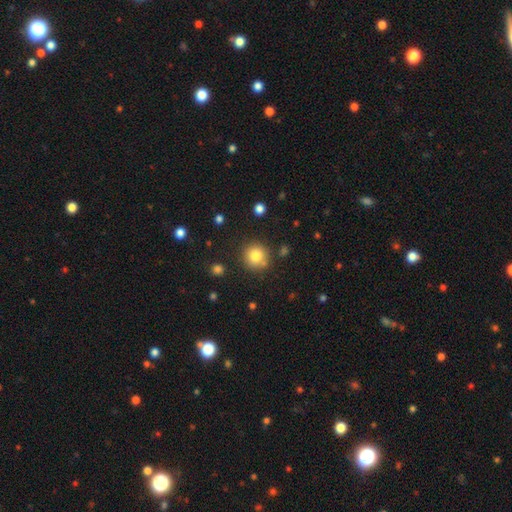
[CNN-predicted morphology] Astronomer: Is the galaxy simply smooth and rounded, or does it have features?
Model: smooth — 81%.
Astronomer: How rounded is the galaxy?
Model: round — 93%.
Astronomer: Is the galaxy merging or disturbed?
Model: none — 81%.